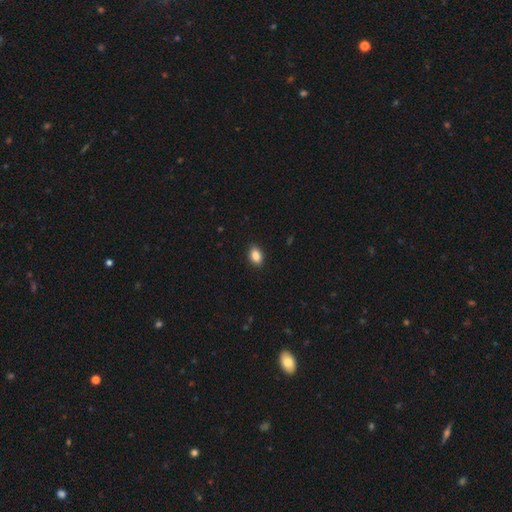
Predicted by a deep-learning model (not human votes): This is clearly a smooth galaxy (87%). How rounded: clearly in between (86%). Merging: clearly none (90%).